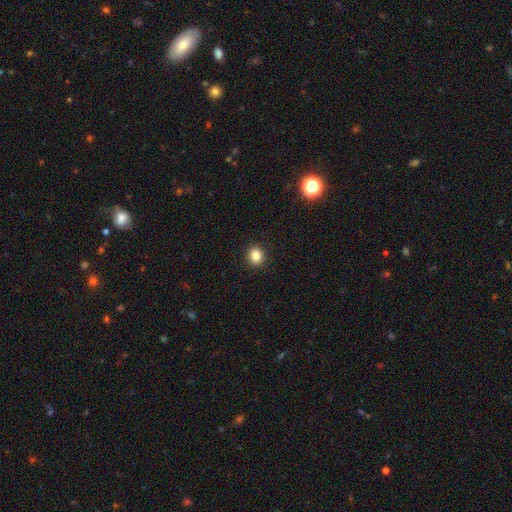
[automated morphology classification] type=smooth (84%); roundness=round (79%); merging=none (92%).